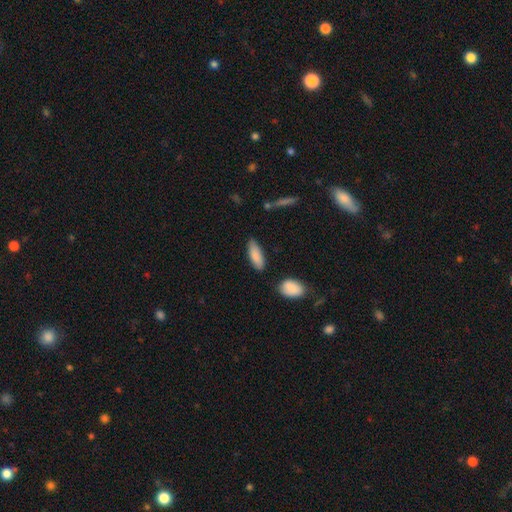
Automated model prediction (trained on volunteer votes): A smooth galaxy with no disk features (85%) that is in between round and cigar-shaped (67%). Merging: none (77%).